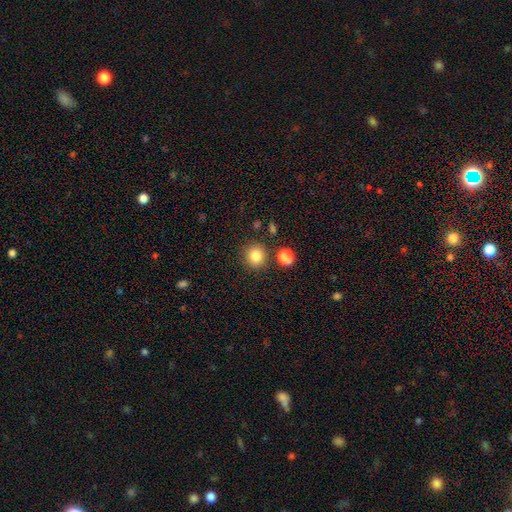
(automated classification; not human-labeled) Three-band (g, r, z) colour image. It shows a smooth galaxy with no disk features (82%) that is round (88%). Merging: none (85%).